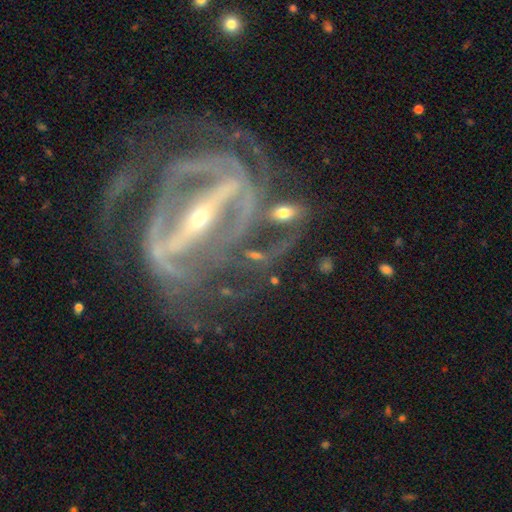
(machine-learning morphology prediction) smooth-or-featured: featured or disk: 89% | star or artifact: 6% | smooth: 4%
  disk-edge-on: no: 91% | yes: 9%
    bar: strong: 85% | weak: 10% | no: 6%
    has-spiral-arms: yes: 91% | no: 9%
      spiral-winding: tight: 47% | medium: 40% | loose: 13%
      spiral-arm-count: 2: 43% | can't tell: 18% | 3: 17% | 4: 9% | more than 4: 7% | 1: 7%
    bulge-size: small: 77% | moderate: 18% | large: 2% | dominant: 1% | none: 1%
  merging: none: 51% | major disturbance: 22% | minor disturbance: 17% | merger: 10%